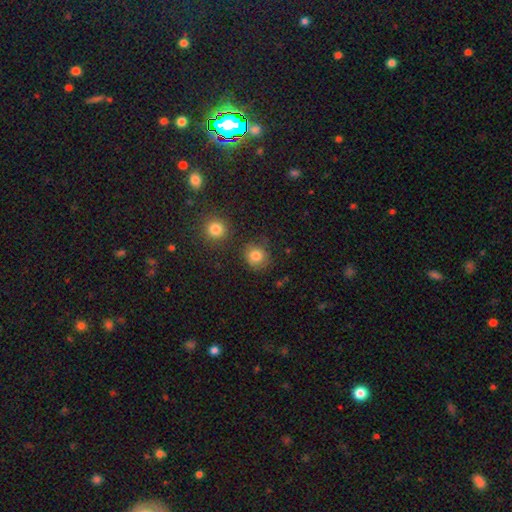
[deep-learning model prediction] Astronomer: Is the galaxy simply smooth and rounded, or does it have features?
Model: smooth — 82%.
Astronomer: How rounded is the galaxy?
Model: round — 85%.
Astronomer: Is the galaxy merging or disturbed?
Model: none — 77%.